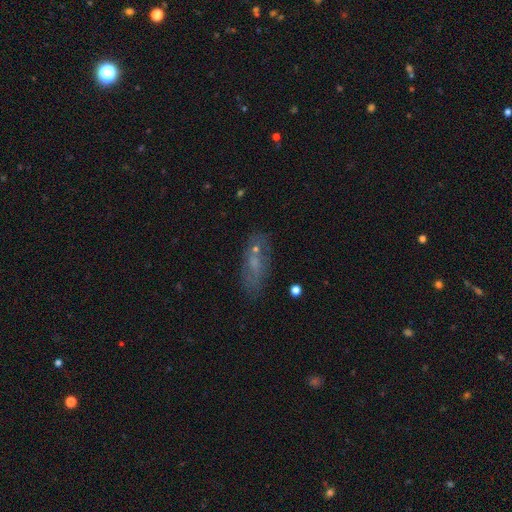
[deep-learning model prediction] Smooth or featured? smooth (48%)
Merging? none (68%)